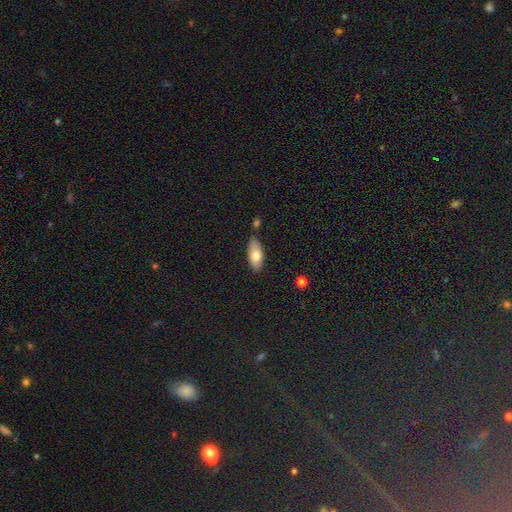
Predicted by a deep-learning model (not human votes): Smooth or featured?
  - smooth: 75% *
  - featured or disk: 18%
  - star or artifact: 7%
How rounded?
  - in between: 87% *
  - cigar-shaped: 10%
  - round: 3%
Merging?
  - none: 81% *
  - minor disturbance: 12%
  - merger: 4%
  - major disturbance: 2%